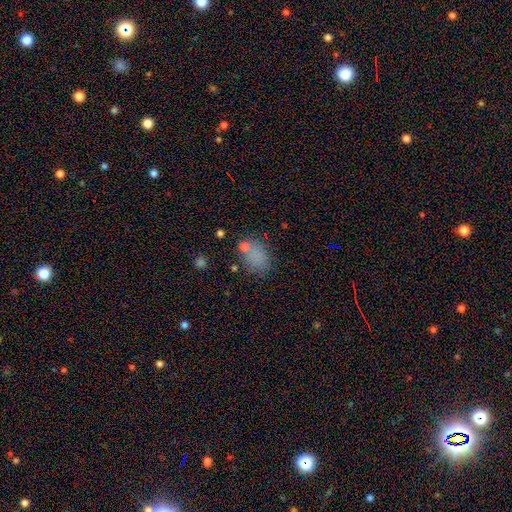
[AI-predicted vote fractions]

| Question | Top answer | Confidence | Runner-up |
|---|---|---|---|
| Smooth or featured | smooth | 75% | star or artifact (16%) |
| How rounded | in between | 75% | round (23%) |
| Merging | none | 66% | minor disturbance (18%) |